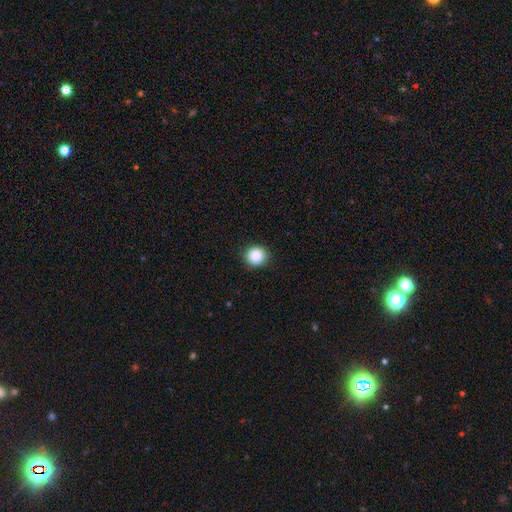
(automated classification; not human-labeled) Morphology: type=smooth (88%); roundness=round (93%); merging=none (91%).